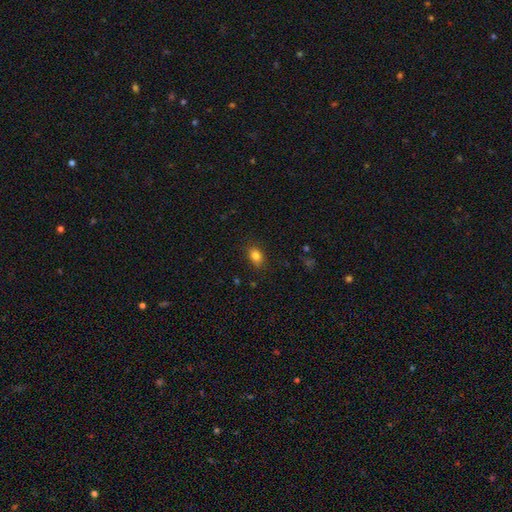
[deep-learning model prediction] smooth 83%, star or artifact 10%, featured or disk 6%. Down the decision tree: how rounded — in between (73%); merging — none (83%).